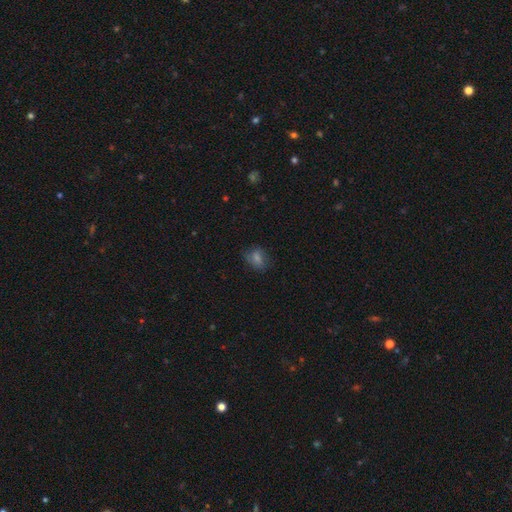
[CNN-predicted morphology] smooth_or_featured: smooth (p=0.58) [alt: star or artifact p=0.24]
how_rounded: in between (p=0.56) [alt: round p=0.42]
merging: none (p=0.77) [alt: minor disturbance p=0.16]